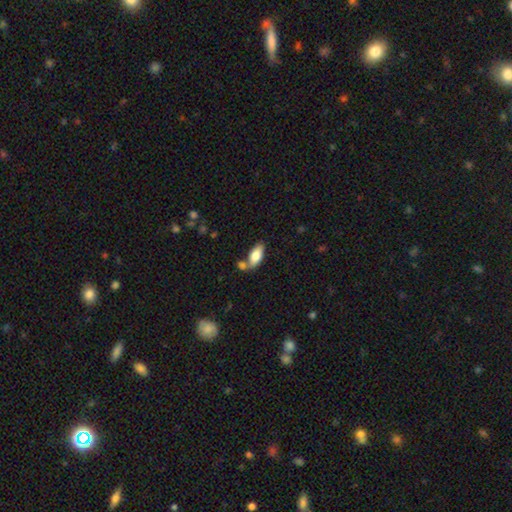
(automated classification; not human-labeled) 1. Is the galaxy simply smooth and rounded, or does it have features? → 76% smooth, 17% featured or disk, 6% star or artifact.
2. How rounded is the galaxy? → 87% in between, 11% cigar-shaped, 2% round.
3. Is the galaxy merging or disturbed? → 57% none, 23% merger, 16% minor disturbance, 4% major disturbance.